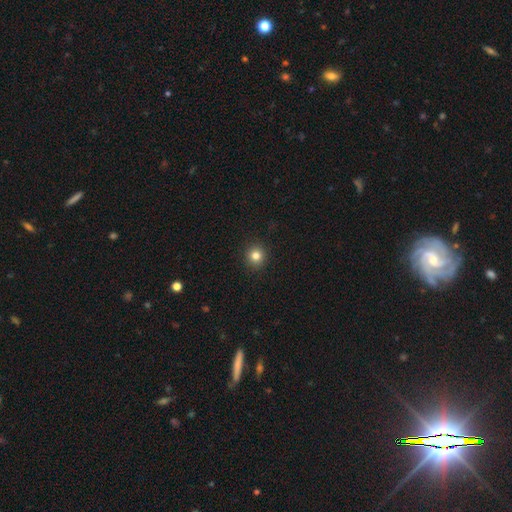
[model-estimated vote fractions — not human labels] Smooth or featured?
  - smooth: 81% *
  - star or artifact: 13%
  - featured or disk: 6%
How rounded?
  - round: 93% *
  - in between: 7%
  - cigar-shaped: 1%
Merging?
  - none: 92% *
  - minor disturbance: 5%
  - major disturbance: 2%
  - merger: 1%